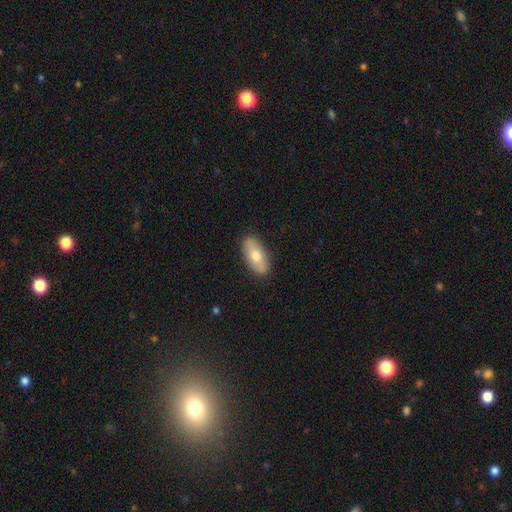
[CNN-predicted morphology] smooth-or-featured: smooth: 68% | featured or disk: 26% | star or artifact: 6%
  how-rounded: in between: 88% | cigar-shaped: 9% | round: 3%
  merging: none: 87% | minor disturbance: 10% | major disturbance: 2% | merger: 1%